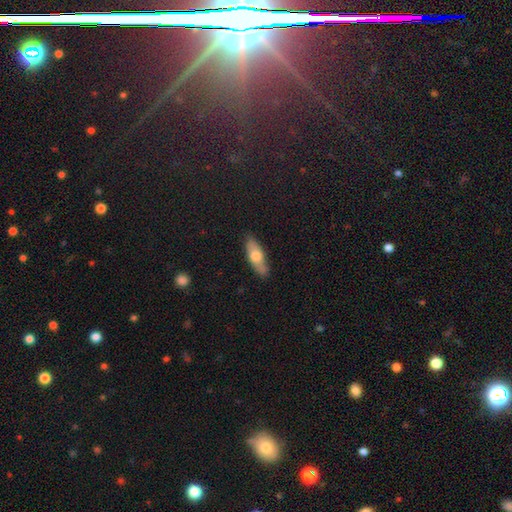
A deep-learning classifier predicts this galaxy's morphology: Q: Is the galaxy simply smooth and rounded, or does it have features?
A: smooth — 63%.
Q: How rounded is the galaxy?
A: in between — 56%.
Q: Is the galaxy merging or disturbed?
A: none — 82%.